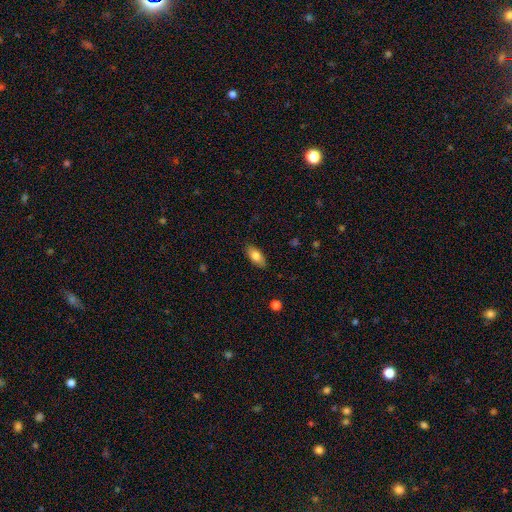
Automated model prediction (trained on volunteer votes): smooth-or-featured: smooth: 80% | featured or disk: 13% | star or artifact: 7%
  how-rounded: in between: 87% | cigar-shaped: 10% | round: 3%
  merging: none: 87% | minor disturbance: 10% | major disturbance: 2% | merger: 1%